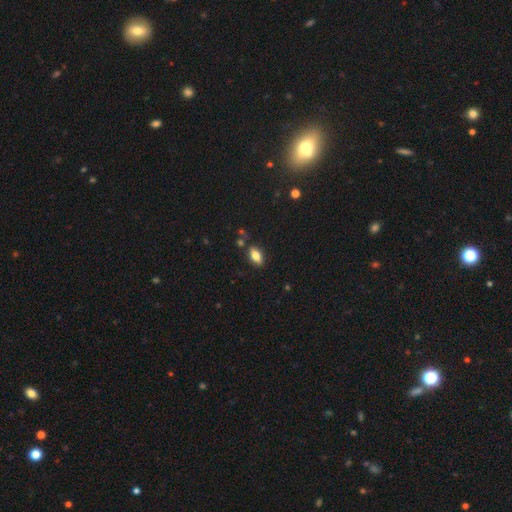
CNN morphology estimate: smooth-or-featured: smooth: 80% | featured or disk: 11% | star or artifact: 9%
  how-rounded: in between: 89% | cigar-shaped: 7% | round: 4%
  merging: none: 81% | minor disturbance: 12% | merger: 5% | major disturbance: 3%